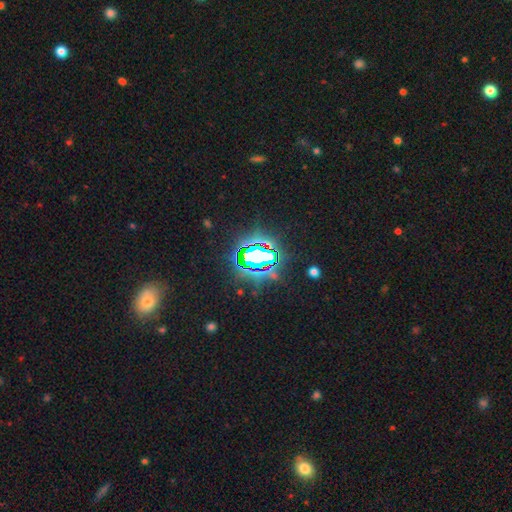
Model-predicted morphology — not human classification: This appears to be a star or artifact, not a galaxy (77%).